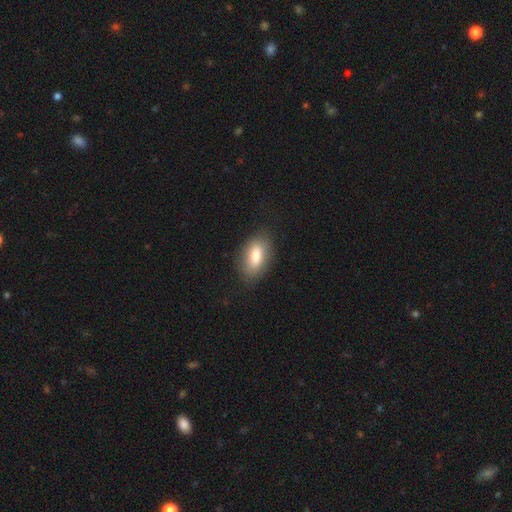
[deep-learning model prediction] Morphology: type=smooth (81%); roundness=in between (88%); merging=none (80%).